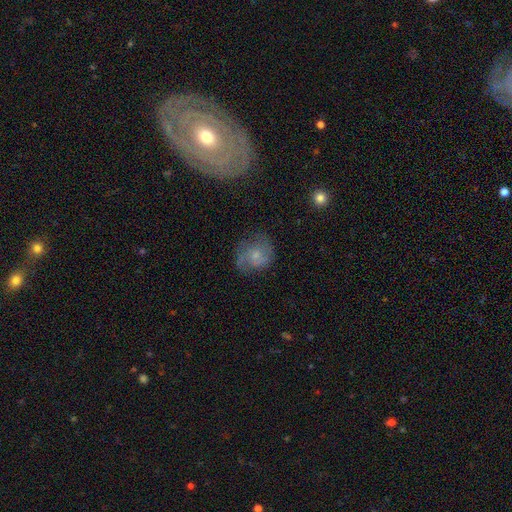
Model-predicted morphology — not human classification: Smooth or featured? featured or disk (58%)
Edge-on disk? no (98%)
Bar? no (73%)
Spiral arms? yes (85%)
Bulge size? small (60%)
Merging? none (59%)